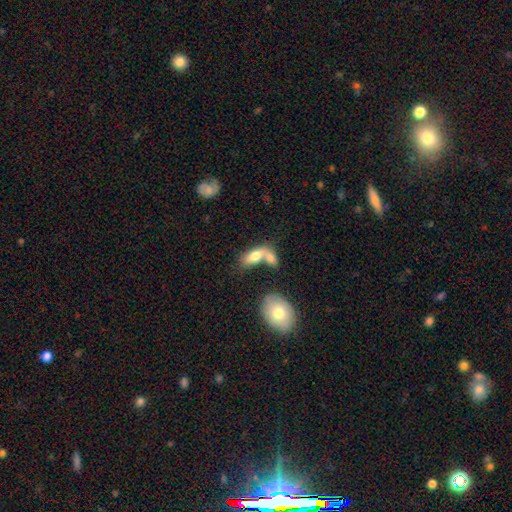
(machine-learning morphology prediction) Q: Smooth or featured?
A: smooth (73%); runner-up: featured or disk (20%)
Q: How rounded?
A: in between (84%); runner-up: cigar-shaped (10%)
Q: Merging?
A: merger (60%); runner-up: none (24%)